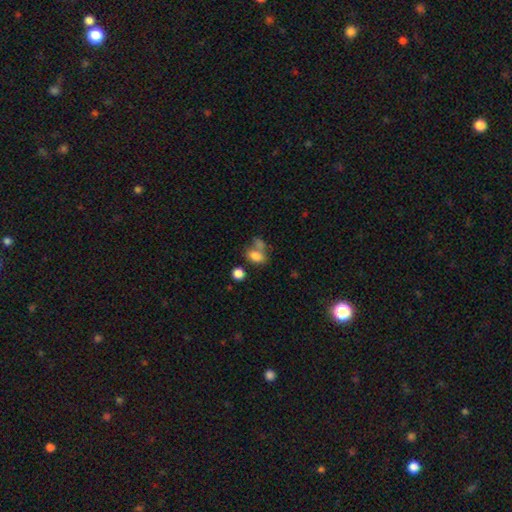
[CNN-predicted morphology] A smooth galaxy with no disk features (80%) that is in between round and cigar-shaped (81%).

Vote fractions:
- Smooth or featured? smooth: 80% / star or artifact: 11% / featured or disk: 9%
- How rounded? in between: 81% / round: 17% / cigar-shaped: 2%
- Merging? none: 39% / merger: 36% / minor disturbance: 15% / major disturbance: 9%